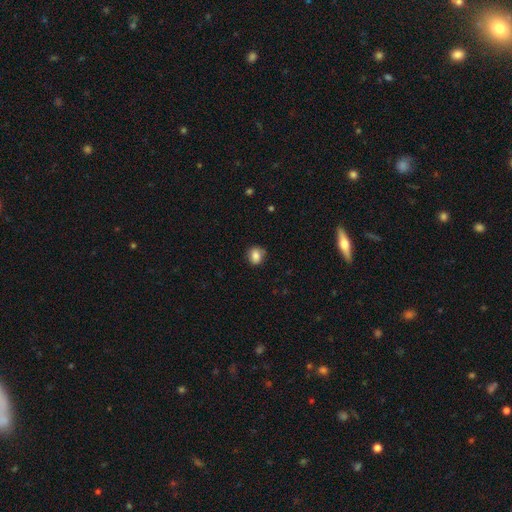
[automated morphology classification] Smooth or featured? smooth (82%)
How rounded? round (67%)
Merging? none (76%)